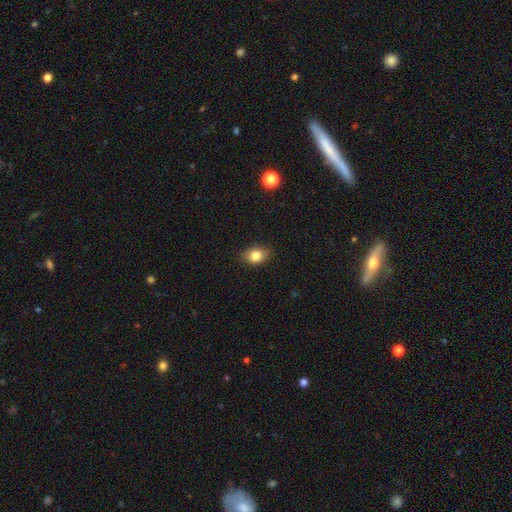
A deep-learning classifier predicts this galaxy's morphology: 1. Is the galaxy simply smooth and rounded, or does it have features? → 81% smooth, 10% star or artifact, 9% featured or disk.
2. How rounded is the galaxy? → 71% in between, 27% round, 2% cigar-shaped.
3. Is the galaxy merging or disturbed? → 84% none, 12% minor disturbance, 2% major disturbance, 1% merger.